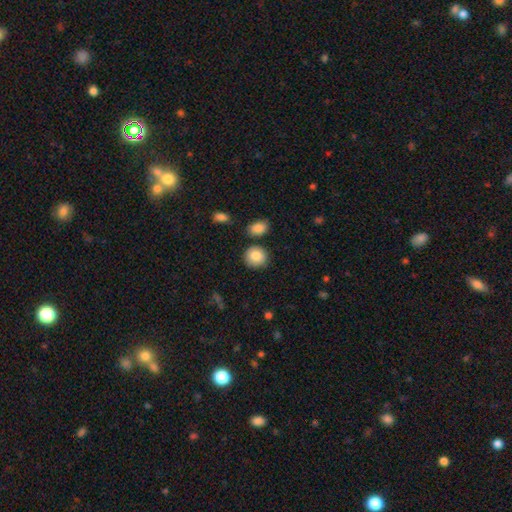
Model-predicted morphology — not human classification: The model was most divided on "how rounded": round: 83%, in between: 16%, cigar-shaped: 1%. More confident: smooth or featured — smooth (85%); merging — none (82%).